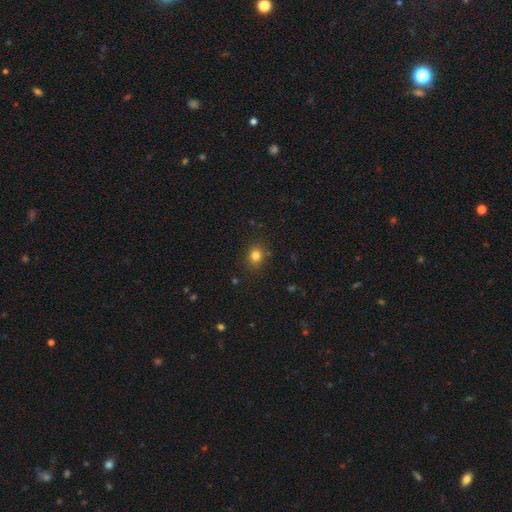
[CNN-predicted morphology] smooth-or-featured: smooth: 80% | star or artifact: 14% | featured or disk: 6%
  how-rounded: round: 73% | in between: 26% | cigar-shaped: 1%
  merging: none: 86% | minor disturbance: 9% | major disturbance: 3% | merger: 2%